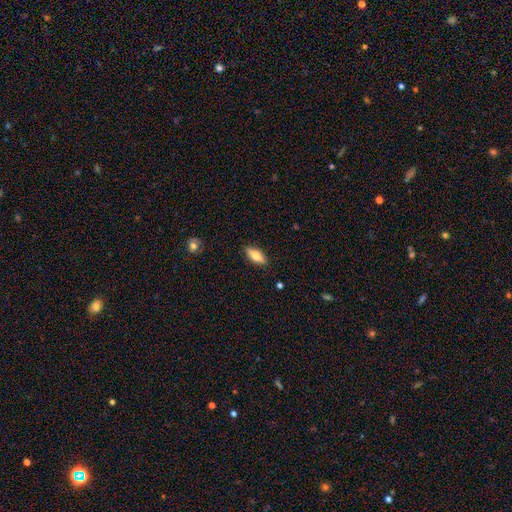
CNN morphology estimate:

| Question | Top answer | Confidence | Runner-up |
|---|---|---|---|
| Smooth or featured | smooth | 66% | featured or disk (27%) |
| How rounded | in between | 68% | cigar-shaped (29%) |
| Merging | none | 87% | minor disturbance (10%) |